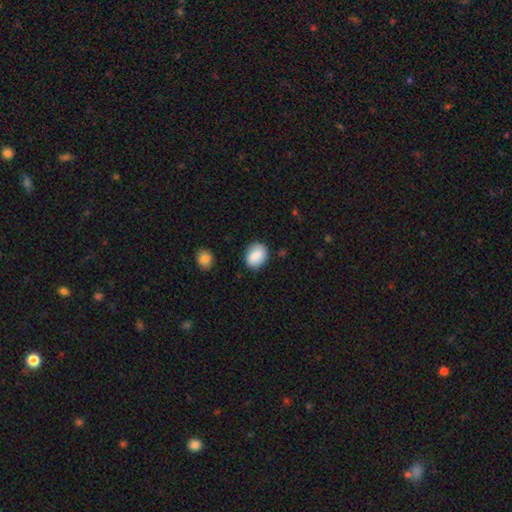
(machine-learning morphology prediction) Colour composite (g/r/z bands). It shows a smooth galaxy with no disk features (86%) that is in between round and cigar-shaped (63%). Merging: none (83%).